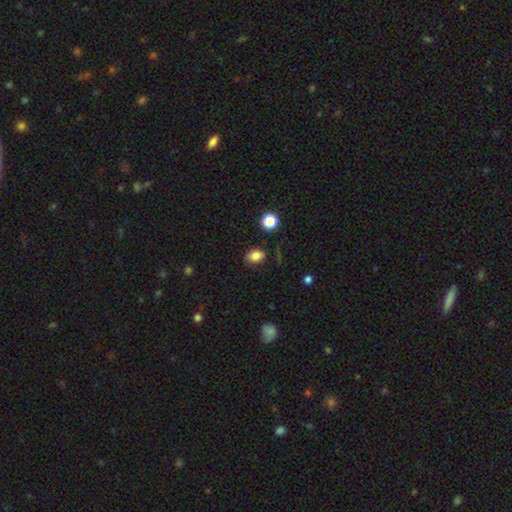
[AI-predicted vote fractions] smooth 83%, star or artifact 11%, featured or disk 6%. Down the decision tree: how rounded — in between (66%); merging — none (81%).